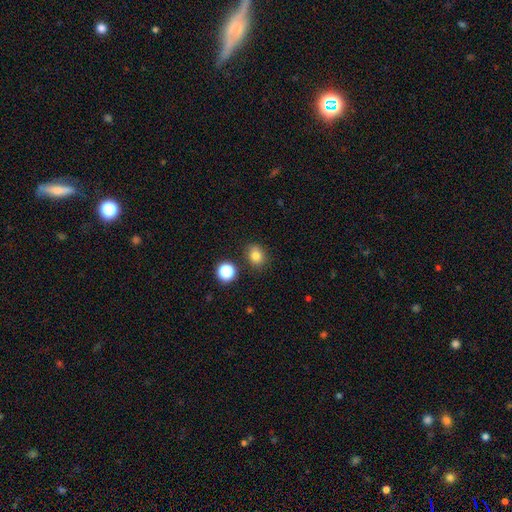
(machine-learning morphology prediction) Smooth or featured: smooth — 79% (star or artifact — 14%)
How rounded: round — 61% (in between — 38%)
Merging: none — 84% (minor disturbance — 9%)